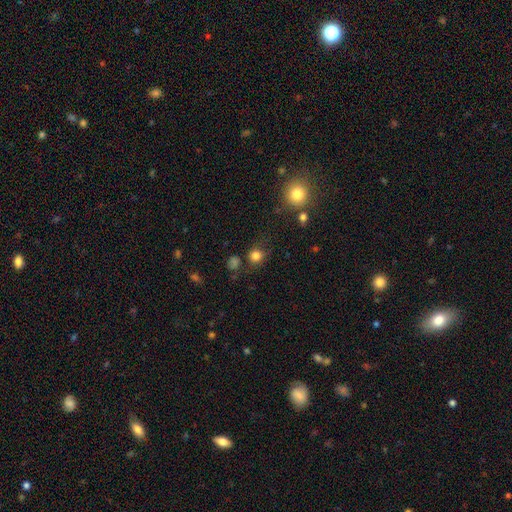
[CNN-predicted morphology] Overall: smooth (80%). How rounded: round (82%). Merging: none (72%).